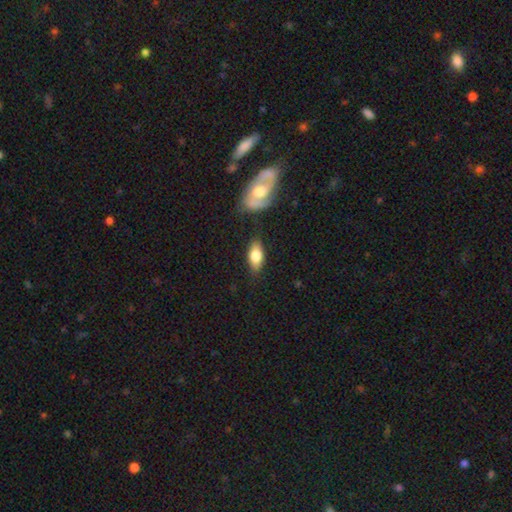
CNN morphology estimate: A smooth galaxy with no disk features (73%) that is in between round and cigar-shaped (86%). Merging: none (80%).